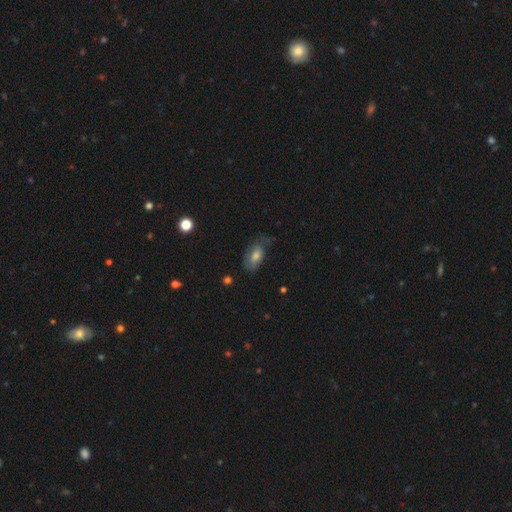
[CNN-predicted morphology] Overall: smooth (58%; featured or disk 31%). How rounded: in between (88%). Merging: none (54%; minor disturbance 30%).